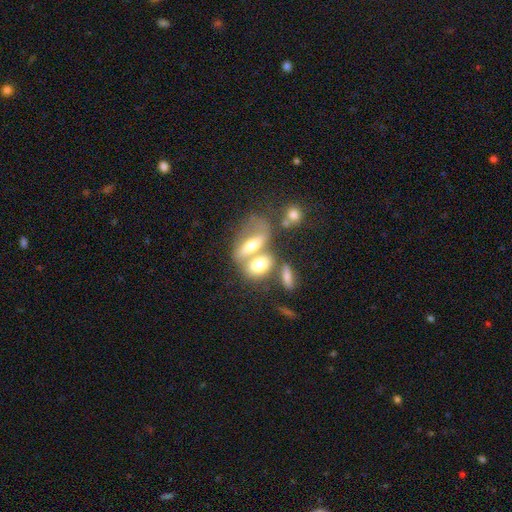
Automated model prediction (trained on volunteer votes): Smooth or featured?
  - featured or disk: 54% *
  - smooth: 34%
  - star or artifact: 12%
Edge-on disk?
  - no: 80% *
  - yes: 20%
Merging?
  - merger: 60% *
  - none: 21%
  - major disturbance: 10%
  - minor disturbance: 9%